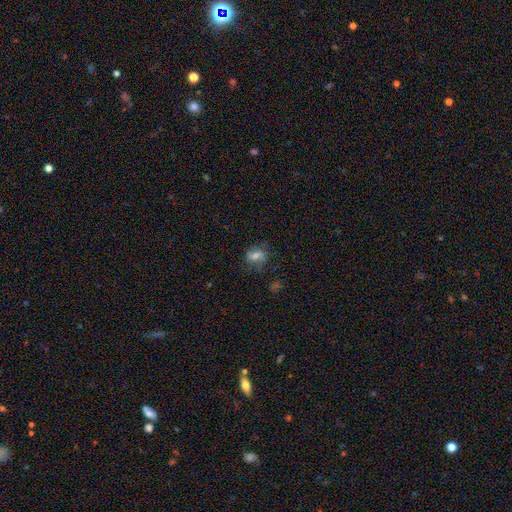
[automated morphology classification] Overall: smooth (49%; featured or disk 38%). Merging: none (68%).